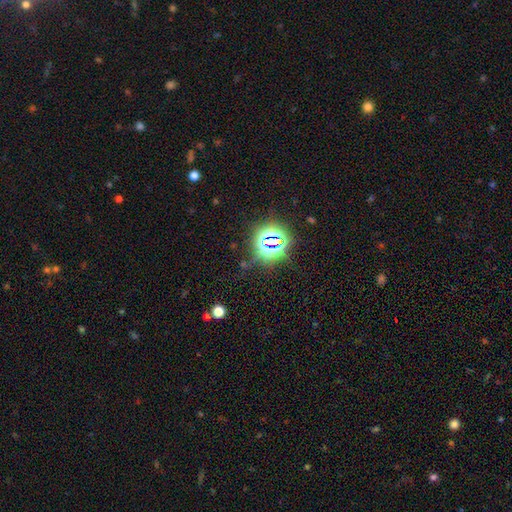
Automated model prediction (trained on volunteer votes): This is likely a star or artifact rather than a galaxy (76%).